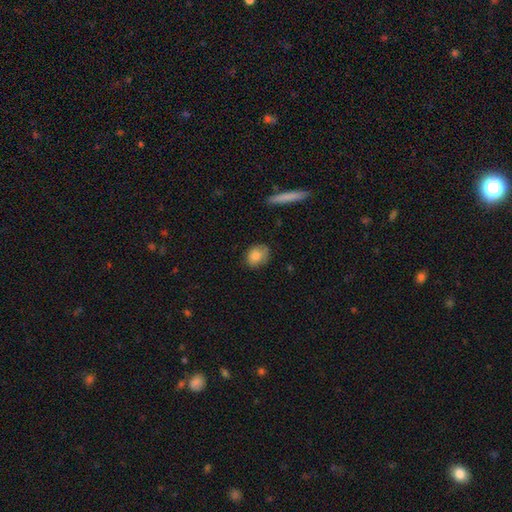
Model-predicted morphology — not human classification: This is clearly a smooth galaxy (80%). How rounded: possibly in between (52%). Merging: likely none (71%).